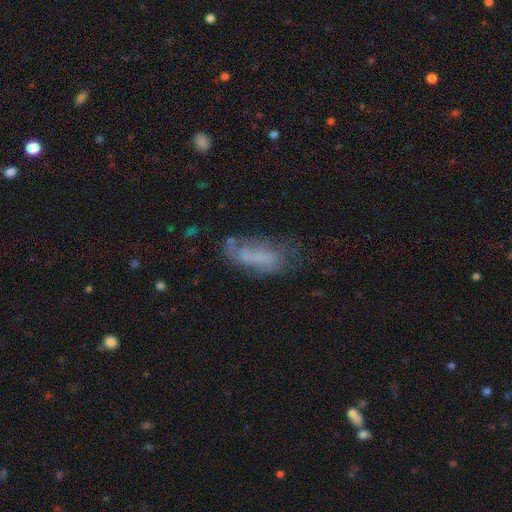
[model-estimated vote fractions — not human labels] The model was most divided on "merging": none: 41%, minor disturbance: 28%, major disturbance: 25%, merger: 6%. More confident: how rounded — in between (77%); smooth or featured — smooth (51%).